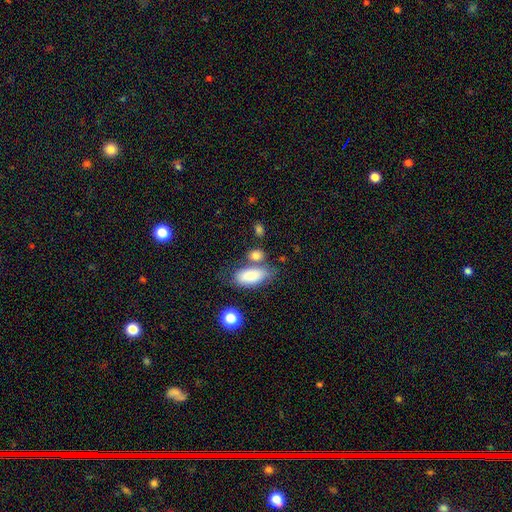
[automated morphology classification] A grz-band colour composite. It shows a smooth galaxy with no disk features (84%) that is in between round and cigar-shaped (82%). Merging: none (53%).